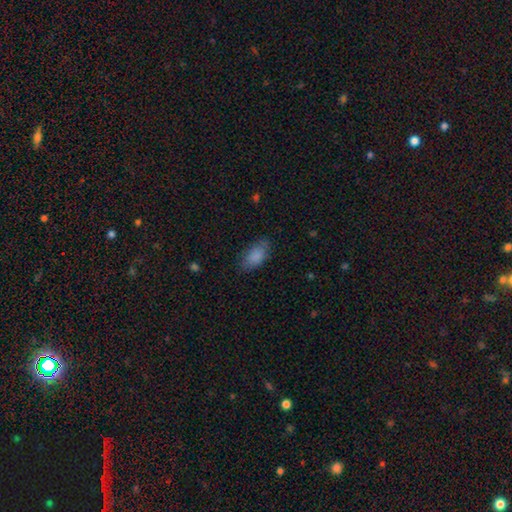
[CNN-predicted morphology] type=smooth (86%); roundness=in between (91%); merging=none (77%).